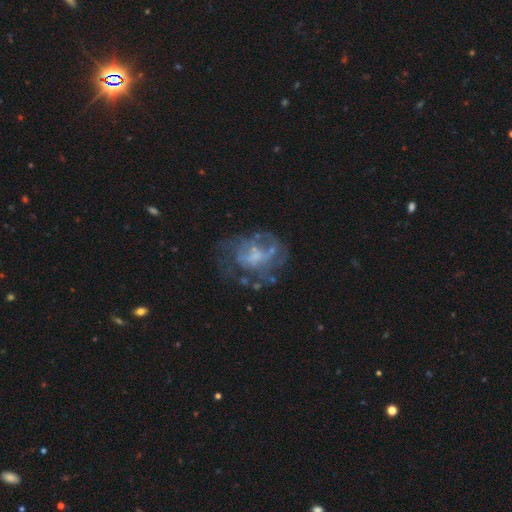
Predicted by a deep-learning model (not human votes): Smooth or featured? Predicted: featured or disk (p=0.70). Edge-on disk? Predicted: no (p=0.98). Bar? Predicted: no (p=0.67). Spiral arms? Predicted: no (p=0.52). Bulge size? Predicted: small (p=0.44). Merging? Predicted: none (p=0.48).